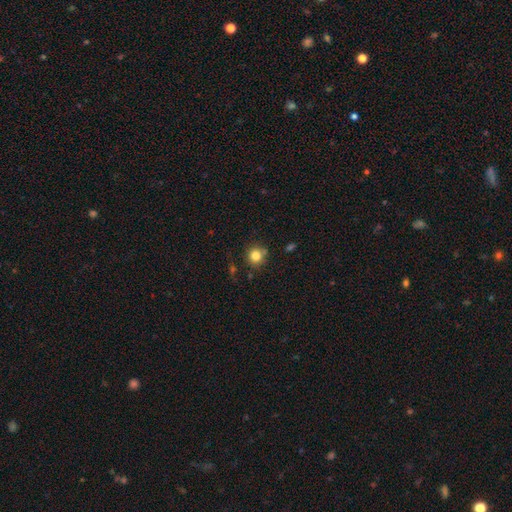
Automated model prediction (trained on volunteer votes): Overall: smooth (81%). How rounded: round (91%). Merging: none (79%).